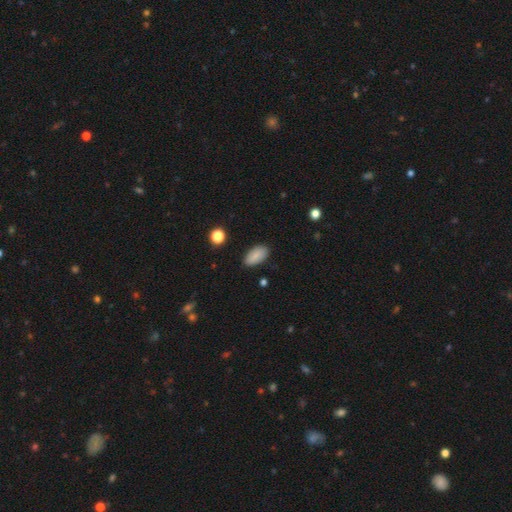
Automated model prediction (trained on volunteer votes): Smooth or featured?
  - smooth: 85% *
  - featured or disk: 8%
  - star or artifact: 8%
How rounded?
  - in between: 94% *
  - cigar-shaped: 3%
  - round: 3%
Merging?
  - none: 85% *
  - minor disturbance: 11%
  - major disturbance: 2%
  - merger: 1%